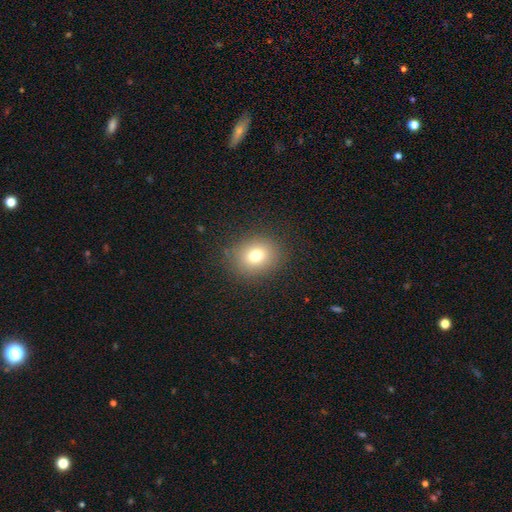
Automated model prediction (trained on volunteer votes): Smooth or featured: smooth — 75% (star or artifact — 14%)
How rounded: round — 68% (in between — 31%)
Merging: none — 87% (minor disturbance — 9%)